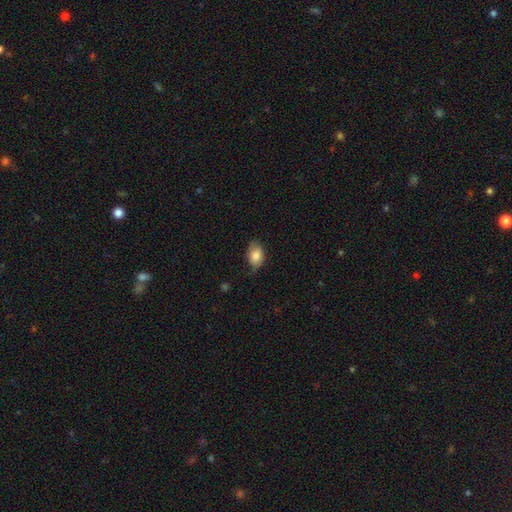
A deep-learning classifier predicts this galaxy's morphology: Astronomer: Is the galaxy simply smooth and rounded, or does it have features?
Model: smooth — 81%.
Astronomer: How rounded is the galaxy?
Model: in between — 85%.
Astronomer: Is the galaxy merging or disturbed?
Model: none — 64%.